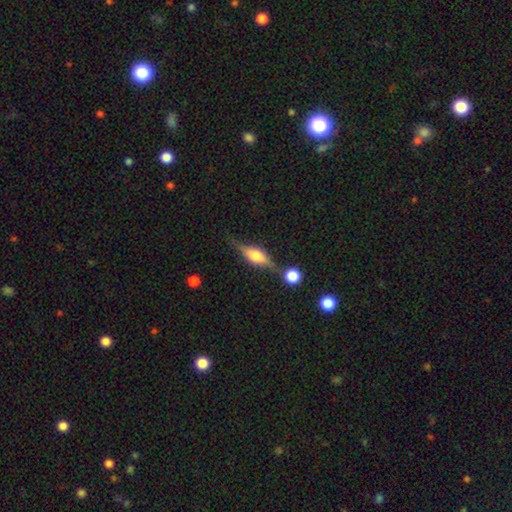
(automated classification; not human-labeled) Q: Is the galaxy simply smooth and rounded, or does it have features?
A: featured or disk — 69%.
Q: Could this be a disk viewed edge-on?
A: yes — 96%.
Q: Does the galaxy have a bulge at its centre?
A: rounded — 84%.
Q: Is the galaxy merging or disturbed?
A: none — 74%.